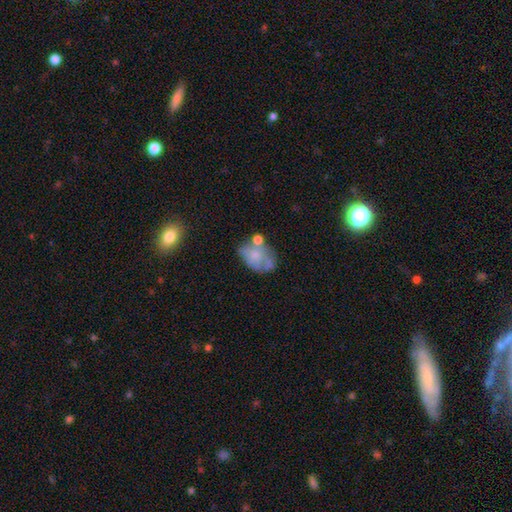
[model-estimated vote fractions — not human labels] smooth_or_featured: smooth (p=0.50) [alt: featured or disk p=0.40]
merging: none (p=0.39) [alt: minor disturbance p=0.26]